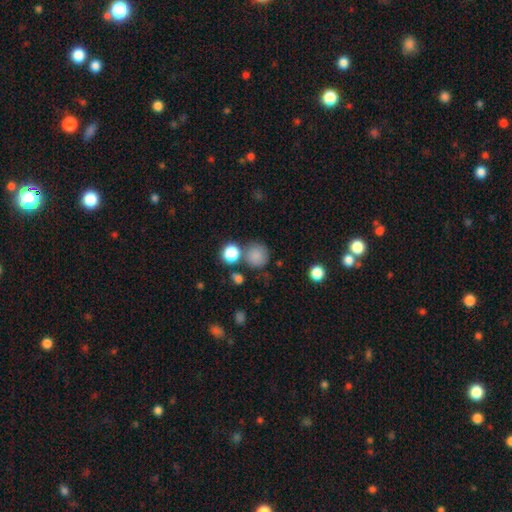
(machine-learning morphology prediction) A smooth galaxy with no disk features (83%) that is round (91%). Merging: none (71%).